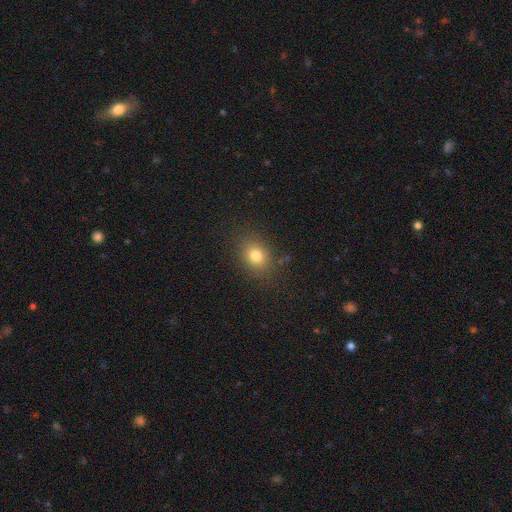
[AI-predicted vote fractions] Q: Smooth or featured?
A: smooth (78%); runner-up: star or artifact (13%)
Q: How rounded?
A: in between (57%); runner-up: round (42%)
Q: Merging?
A: none (83%); runner-up: minor disturbance (12%)